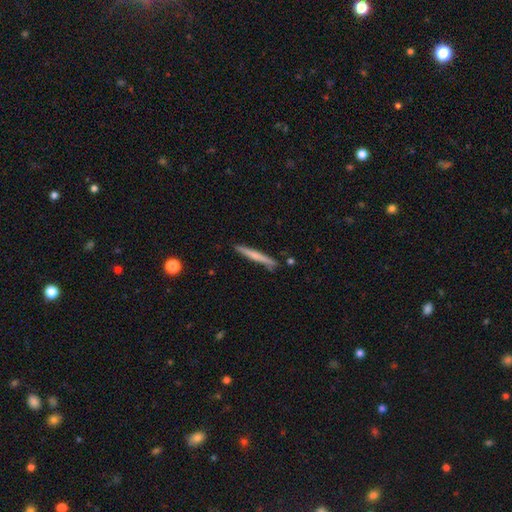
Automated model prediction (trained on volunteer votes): Smooth or featured: smooth — 57% (featured or disk — 37%)
How rounded: cigar-shaped — 96% (in between — 2%)
Merging: none — 86% (minor disturbance — 10%)